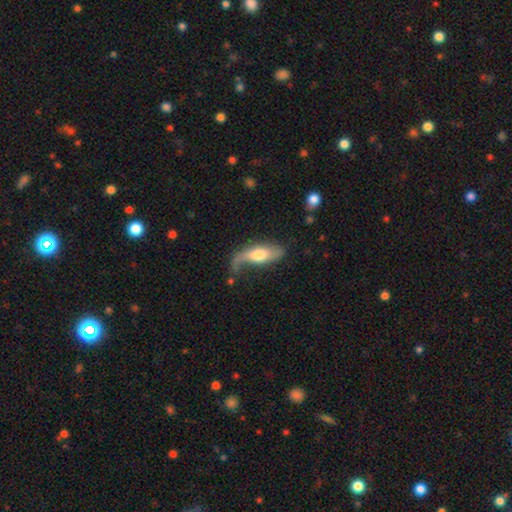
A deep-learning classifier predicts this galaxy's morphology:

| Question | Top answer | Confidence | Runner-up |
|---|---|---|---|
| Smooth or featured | featured or disk | 59% | smooth (35%) |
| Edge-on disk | no | 68% | yes (32%) |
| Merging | none | 41% | minor disturbance (28%) |